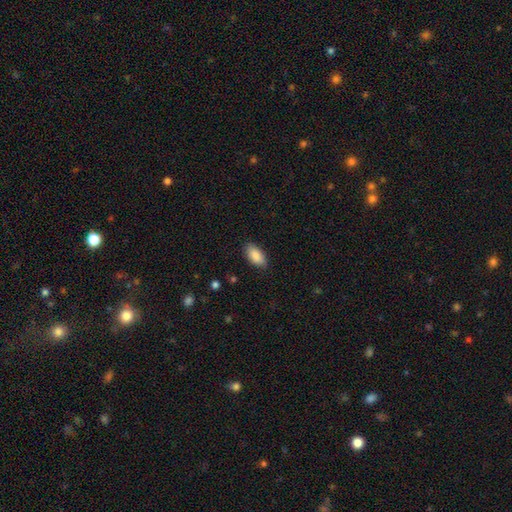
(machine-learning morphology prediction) Smooth or featured? smooth (89%)
How rounded? in between (92%)
Merging? none (86%)